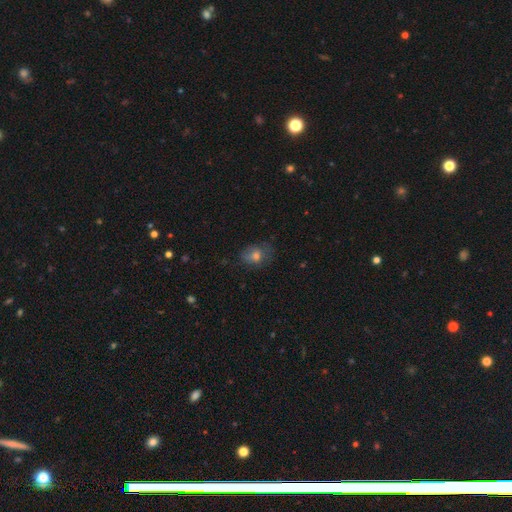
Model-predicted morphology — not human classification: Smooth or featured: smooth — 64% (featured or disk — 21%)
How rounded: in between — 52% (round — 47%)
Merging: none — 65% (minor disturbance — 24%)